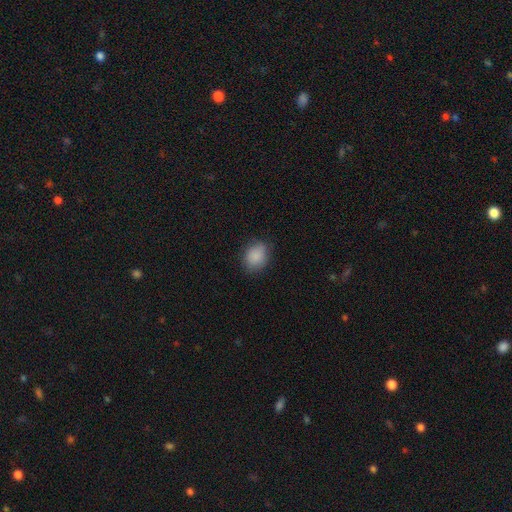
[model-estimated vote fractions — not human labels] Smooth or featured: smooth — 87% (star or artifact — 8%)
How rounded: in between — 56% (round — 43%)
Merging: none — 79% (minor disturbance — 16%)